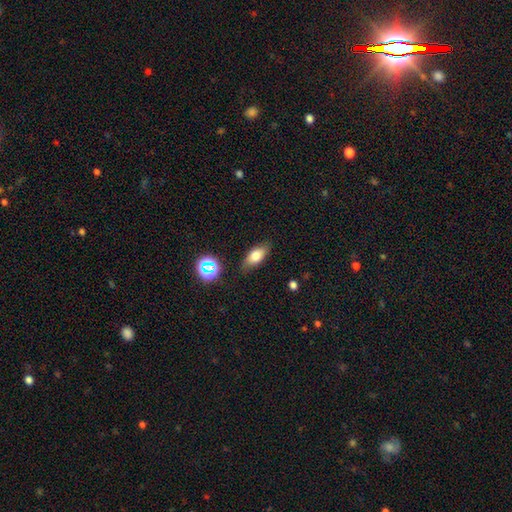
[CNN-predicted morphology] smooth-or-featured: smooth: 73% | featured or disk: 17% | star or artifact: 10%
  how-rounded: in between: 81% | cigar-shaped: 12% | round: 6%
  merging: none: 82% | minor disturbance: 13% | major disturbance: 3% | merger: 2%